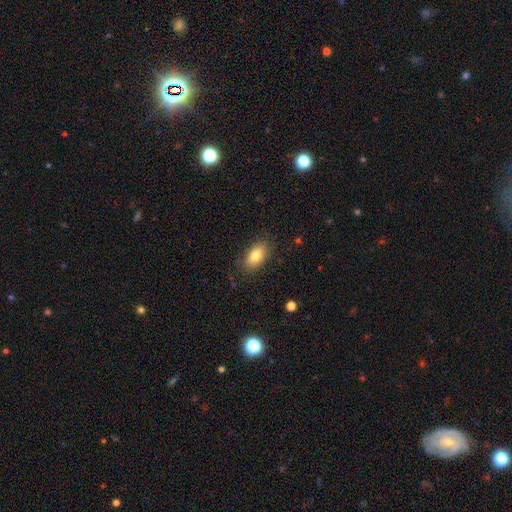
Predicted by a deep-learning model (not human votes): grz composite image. It shows a smooth galaxy with no disk features (82%) that is in between round and cigar-shaped (89%). Merging: none (85%).